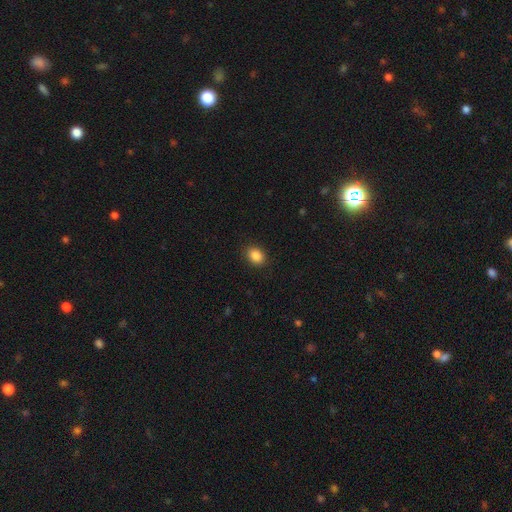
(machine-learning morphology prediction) A smooth galaxy with no disk features (87%) that is in between round and cigar-shaped (61%). Merging: none (89%).